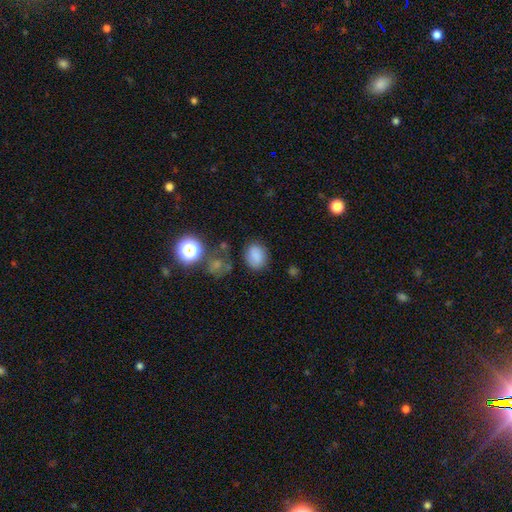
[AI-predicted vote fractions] Smooth or featured?
  - smooth: 80% *
  - star or artifact: 12%
  - featured or disk: 8%
How rounded?
  - in between: 61% *
  - round: 38%
  - cigar-shaped: 1%
Merging?
  - none: 75% *
  - minor disturbance: 16%
  - major disturbance: 5%
  - merger: 4%